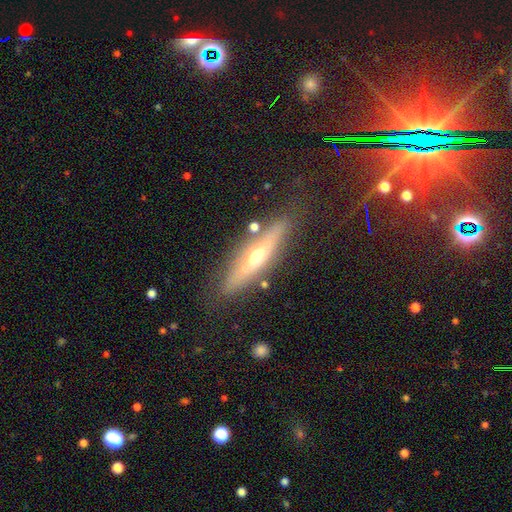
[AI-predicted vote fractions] Smooth or featured: featured or disk — 62% (smooth — 30%)
Edge-on disk: yes — 86% (no — 14%)
Edge-on bulge: rounded — 88% (none — 9%)
Merging: none — 81% (minor disturbance — 12%)